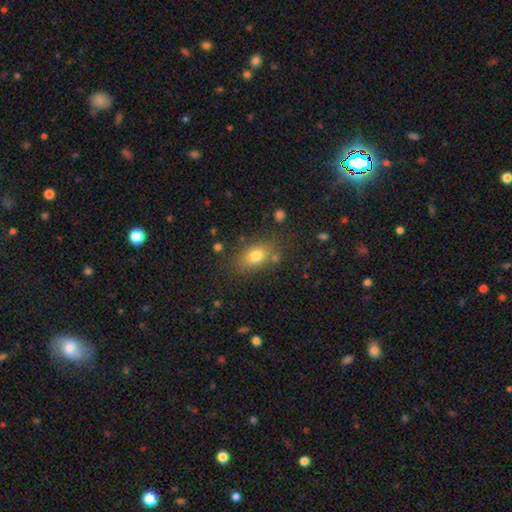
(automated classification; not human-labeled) Overall: smooth (78%). How rounded: in between (79%). Merging: none (75%).